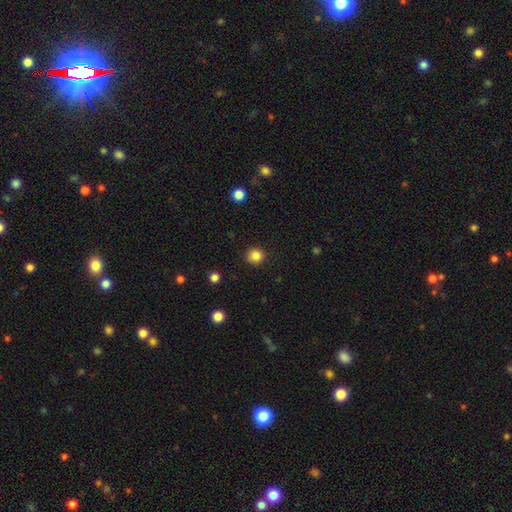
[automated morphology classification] Smooth or featured? Predicted: smooth (p=0.85). How rounded? Predicted: round (p=0.92). Merging? Predicted: none (p=0.91).